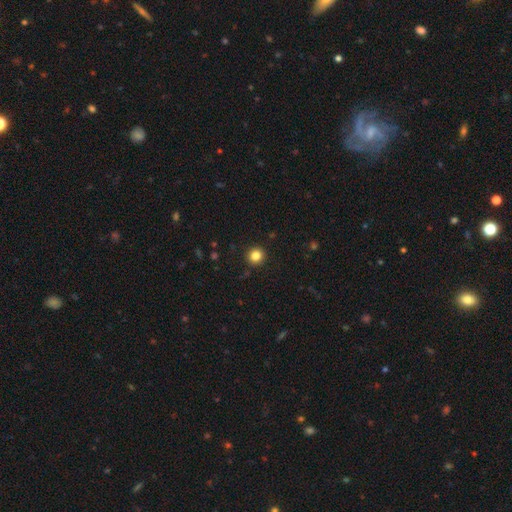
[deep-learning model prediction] Morphology: type=smooth (84%); roundness=round (94%); merging=none (93%).